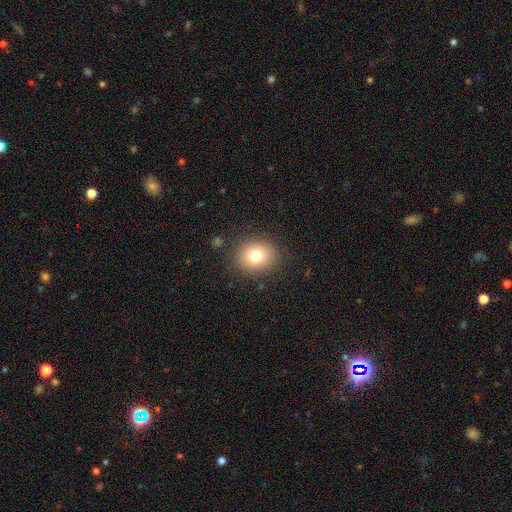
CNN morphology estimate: type=smooth (77%); roundness=round (65%); merging=none (87%).